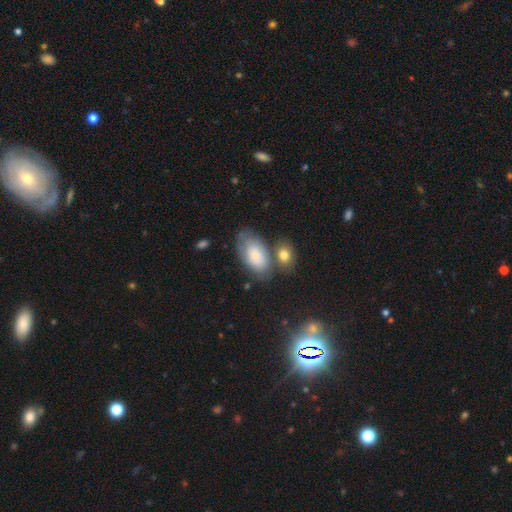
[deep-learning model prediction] smooth-or-featured: smooth: 61% | featured or disk: 31% | star or artifact: 8%
  how-rounded: in between: 92% | round: 6% | cigar-shaped: 2%
  merging: none: 52% | minor disturbance: 22% | merger: 17% | major disturbance: 9%